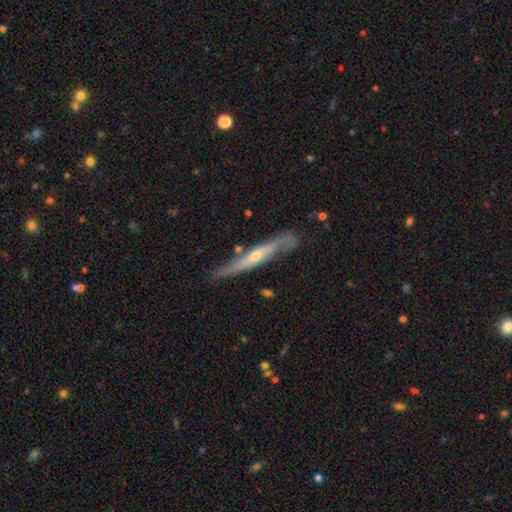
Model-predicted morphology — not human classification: Smooth or featured: featured or disk — 70% (smooth — 24%)
Edge-on disk: yes — 82% (no — 18%)
Edge-on bulge: rounded — 73% (none — 23%)
Merging: none — 72% (minor disturbance — 20%)